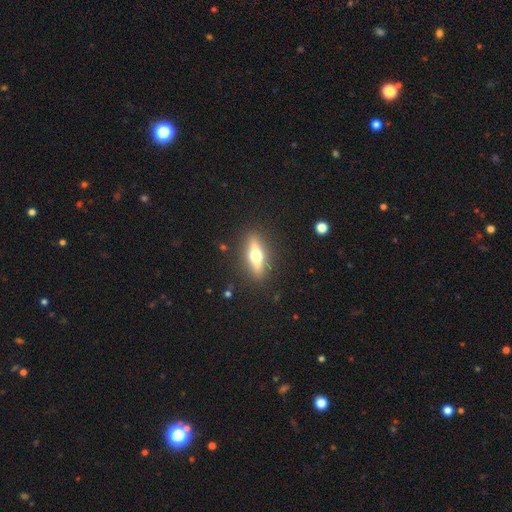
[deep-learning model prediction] This is possibly a featured or disk galaxy (57%). It is clearly viewed edge-on (90%). Edge-on bulge: clearly rounded (96%). Merging: clearly none (88%).